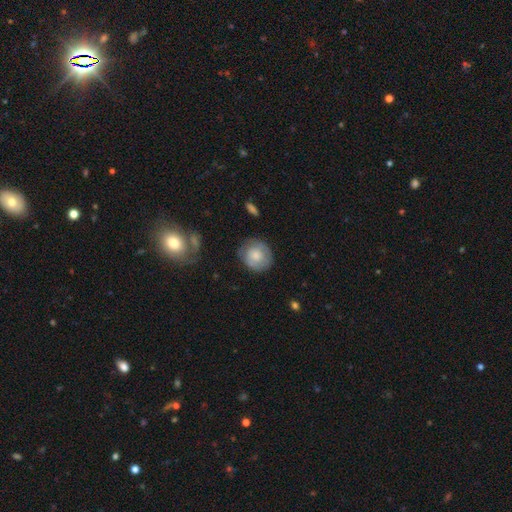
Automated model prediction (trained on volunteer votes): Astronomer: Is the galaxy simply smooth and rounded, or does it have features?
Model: smooth — 64%.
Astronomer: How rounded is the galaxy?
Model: round — 80%.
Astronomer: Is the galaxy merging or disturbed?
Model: none — 74%.